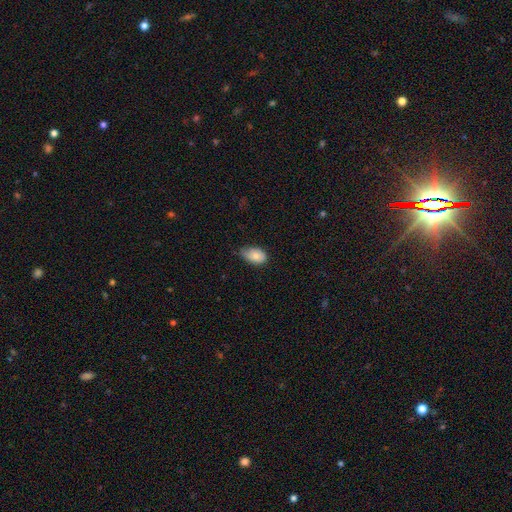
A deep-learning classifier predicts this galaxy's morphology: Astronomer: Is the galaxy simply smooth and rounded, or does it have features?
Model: smooth — 81%.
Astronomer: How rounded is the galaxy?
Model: in between — 90%.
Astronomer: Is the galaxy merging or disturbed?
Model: none — 48% (runner-up: minor disturbance, 43%).